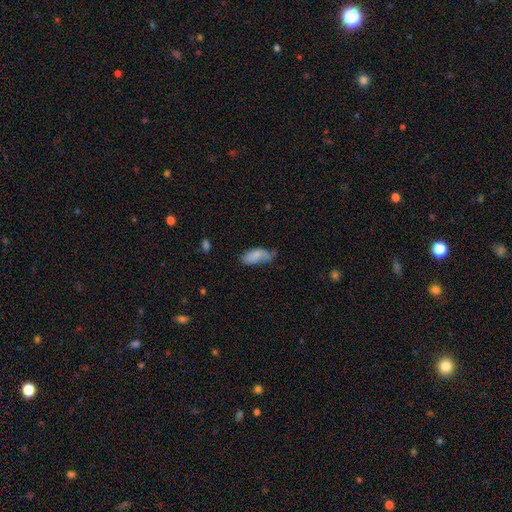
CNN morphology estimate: A smooth galaxy with no disk features (76%) that is in between round and cigar-shaped (89%). Merging: none (40%).